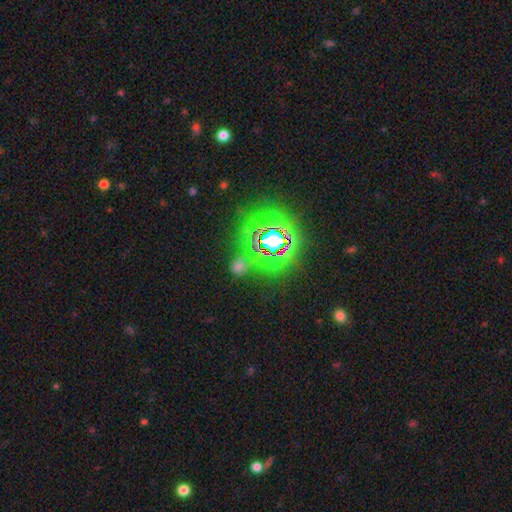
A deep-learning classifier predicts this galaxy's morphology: smooth-or-featured: star or artifact: 81% | smooth: 12% | featured or disk: 7%